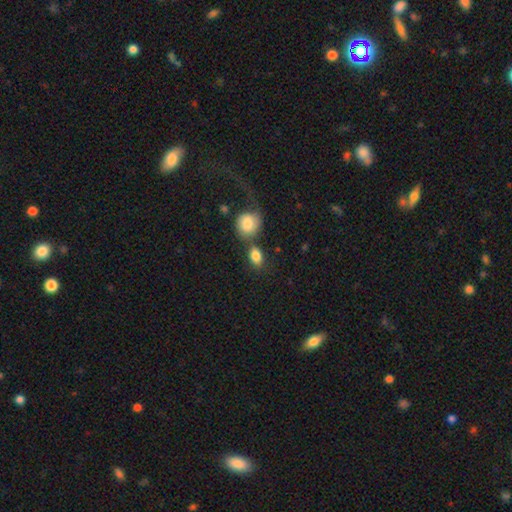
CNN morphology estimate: smooth_or_featured: smooth (p=0.84) [alt: featured or disk p=0.08]
how_rounded: in between (p=0.76) [alt: round p=0.22]
merging: none (p=0.56) [alt: merger p=0.26]